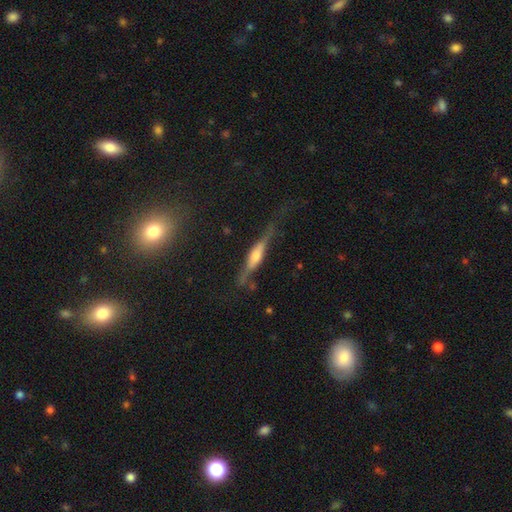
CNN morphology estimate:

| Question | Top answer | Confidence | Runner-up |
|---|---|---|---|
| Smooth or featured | featured or disk | 67% | smooth (26%) |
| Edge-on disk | yes | 93% | no (7%) |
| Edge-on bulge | rounded | 65% | boxy (27%) |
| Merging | none | 66% | minor disturbance (21%) |